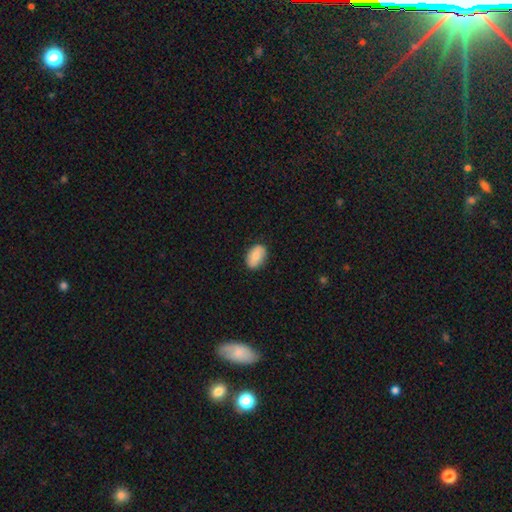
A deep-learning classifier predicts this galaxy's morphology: This appears to be a smooth galaxy with no disk features (77%) that is in between round and cigar-shaped (87%). Merging: none (83%).